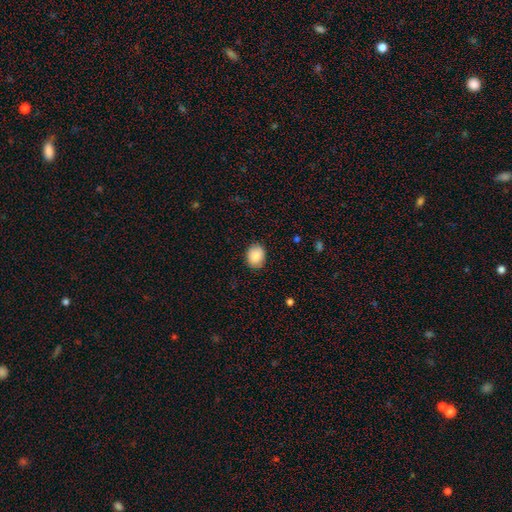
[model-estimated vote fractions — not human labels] Morphology: type=smooth (88%); roundness=in between (51%); merging=none (84%).